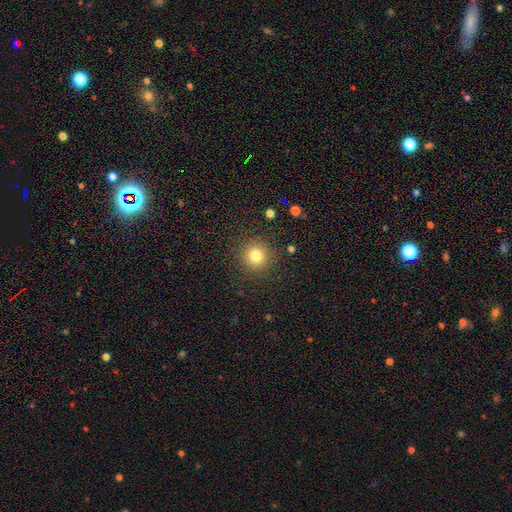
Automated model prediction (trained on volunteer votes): smooth 80%, star or artifact 13%, featured or disk 7%. Down the decision tree: how rounded — round (95%); merging — none (90%).